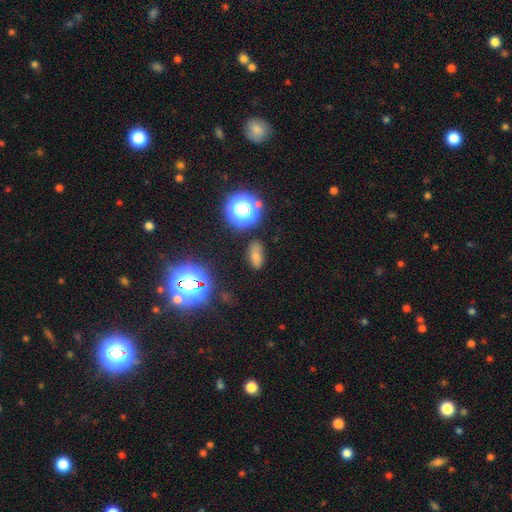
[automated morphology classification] A smooth galaxy with no disk features (65%) that is in between round and cigar-shaped (81%). Merging: none (74%).